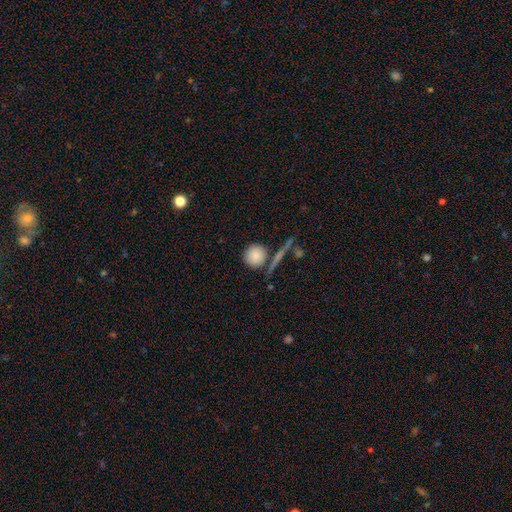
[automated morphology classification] Q: Smooth or featured?
A: smooth (83%); runner-up: featured or disk (9%)
Q: How rounded?
A: round (92%); runner-up: in between (6%)
Q: Merging?
A: none (73%); runner-up: merger (12%)